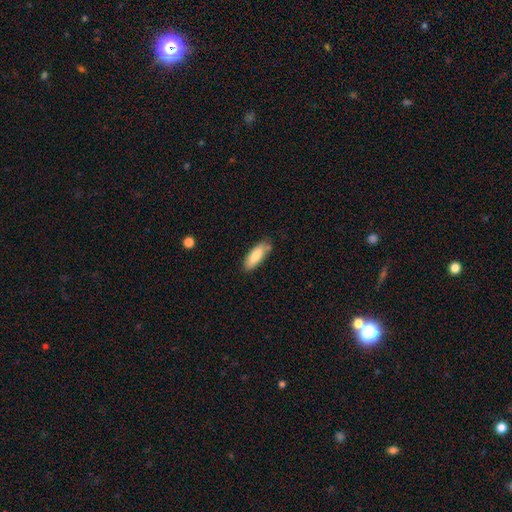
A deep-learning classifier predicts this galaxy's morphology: A smooth galaxy with no disk features (82%) that is in between round and cigar-shaped (68%). Merging: none (75%).